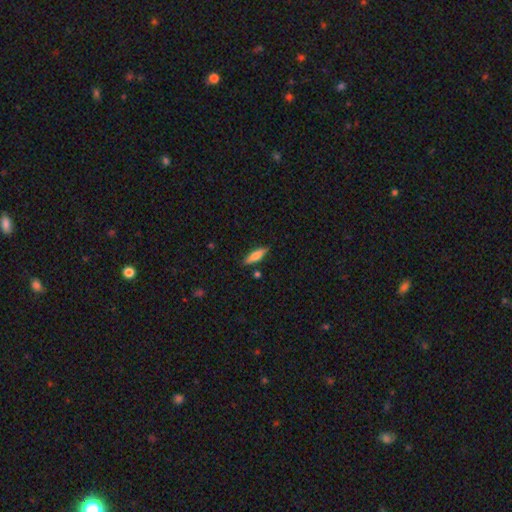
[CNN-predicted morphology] Smooth or featured? smooth (69%)
How rounded? cigar-shaped (62%)
Merging? none (84%)